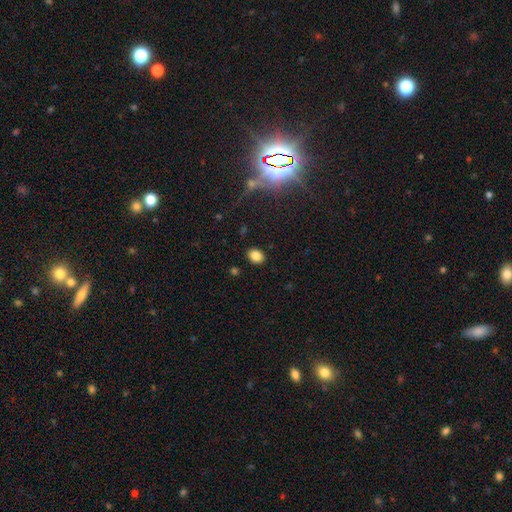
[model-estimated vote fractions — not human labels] Overall: smooth (84%). How rounded: in between (60%; round 39%). Merging: none (88%).